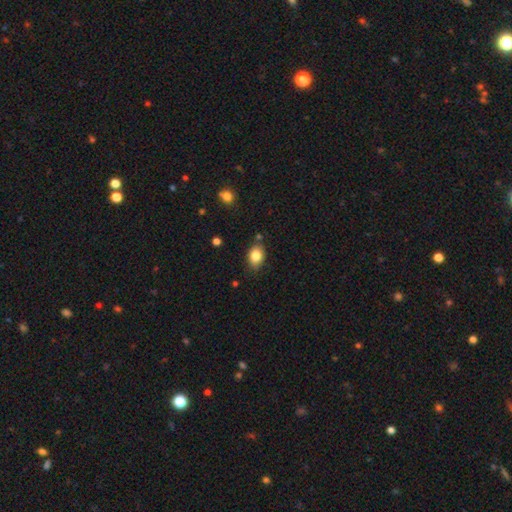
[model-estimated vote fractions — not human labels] This is clearly a smooth galaxy (83%). How rounded: likely in between (76%). Merging: likely none (79%).